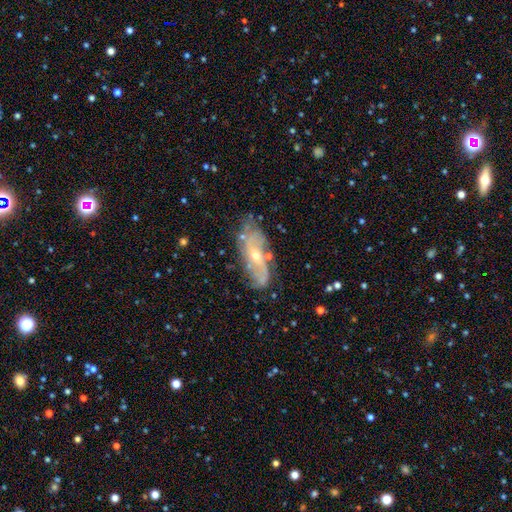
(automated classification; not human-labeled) The model was most divided on "spiral winding": loose: 37%, medium: 36%, tight: 27%. More confident: spiral arms — yes (86%); edge-on disk — no (86%); smooth or featured — featured or disk (76%); merging — none (70%); bulge size — small (60%); bar — no (59%); spiral arm count — 2 (52%).